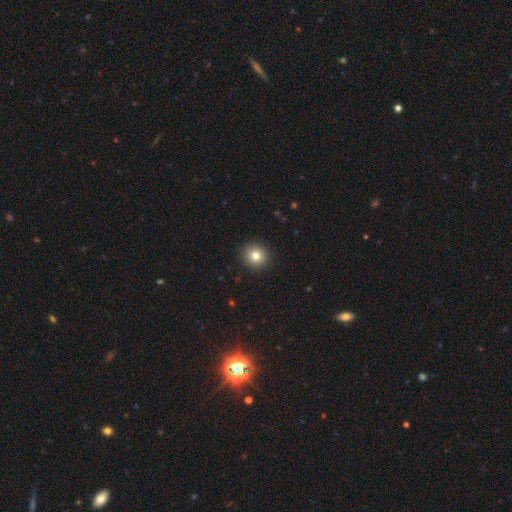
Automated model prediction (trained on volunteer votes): This appears to be a smooth galaxy with no disk features (80%) that is round (91%). Merging: none (92%).